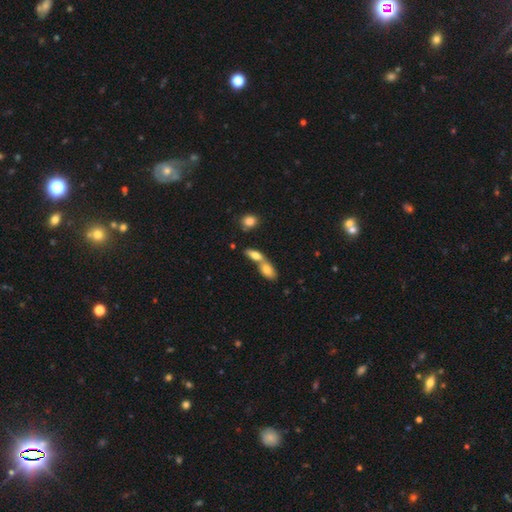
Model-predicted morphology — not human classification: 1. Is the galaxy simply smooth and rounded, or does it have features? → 73% smooth, 18% featured or disk, 9% star or artifact.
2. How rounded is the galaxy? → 76% in between, 17% cigar-shaped, 7% round.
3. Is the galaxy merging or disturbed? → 67% merger, 24% none, 6% minor disturbance, 3% major disturbance.